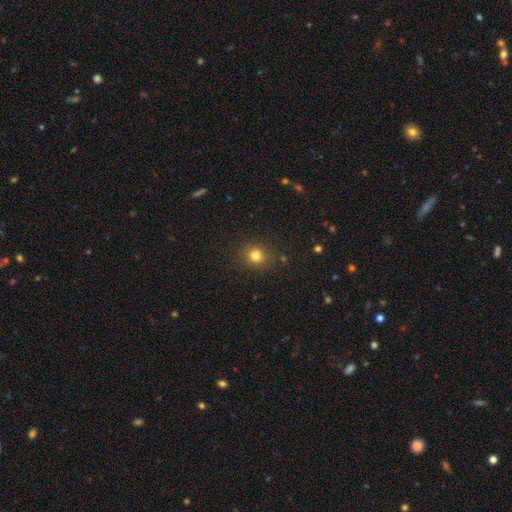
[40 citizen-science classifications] A smooth galaxy with no disk features (80%) that is round (91%). Merging: none (94%).